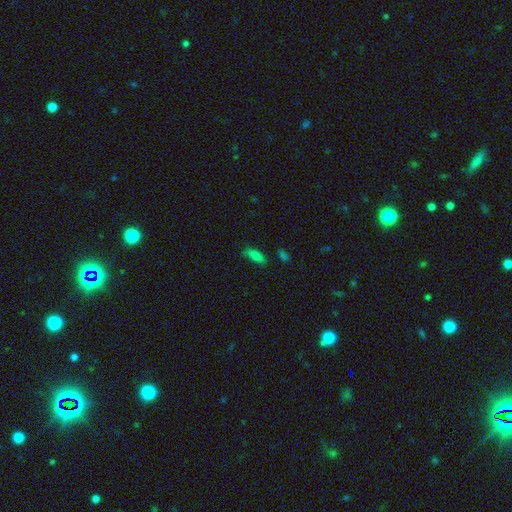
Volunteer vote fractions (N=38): smooth_or_featured: smooth (p=0.87) [alt: star or artifact p=0.08]
how_rounded: in between (p=0.61) [alt: cigar-shaped p=0.36]
merging: none (p=0.86) [alt: minor disturbance p=0.14]